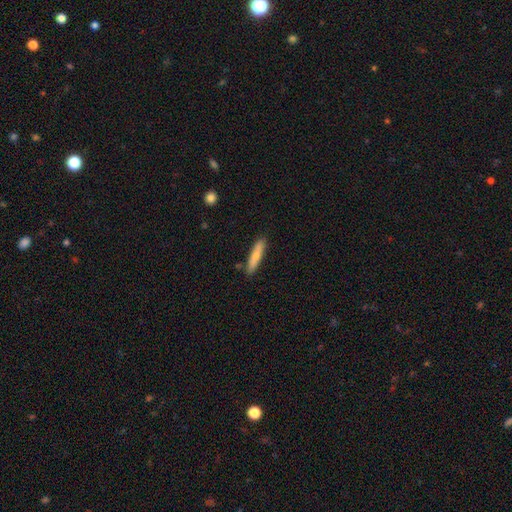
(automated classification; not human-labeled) A smooth galaxy with no disk features (72%) that is cigar-shaped (87%). Merging: none (84%).